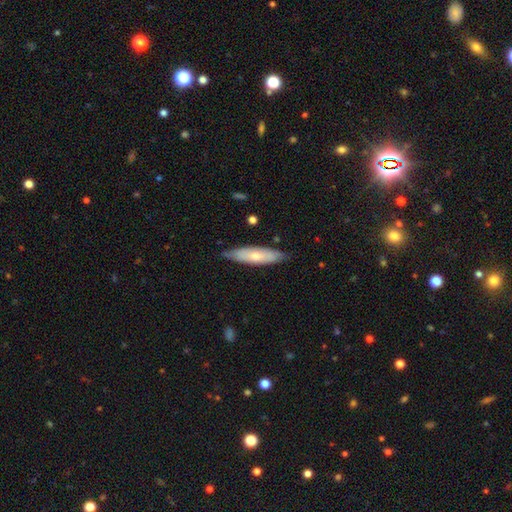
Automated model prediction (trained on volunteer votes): A smooth galaxy with no disk features (61%) that is cigar-shaped (62%). Merging: none (78%).